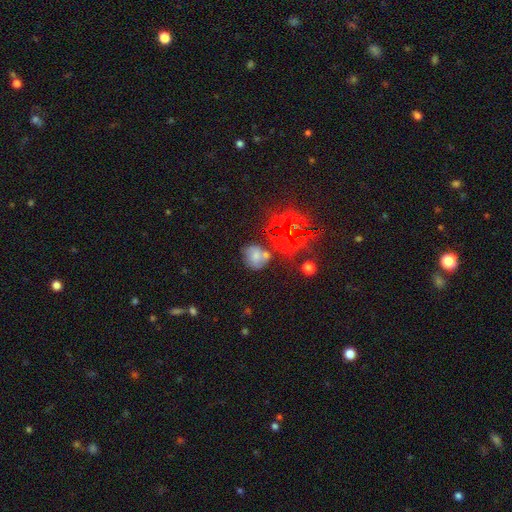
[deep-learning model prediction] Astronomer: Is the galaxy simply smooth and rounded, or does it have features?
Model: smooth — 48% (runner-up: star or artifact, 26%).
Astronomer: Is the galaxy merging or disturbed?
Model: none — 55%.